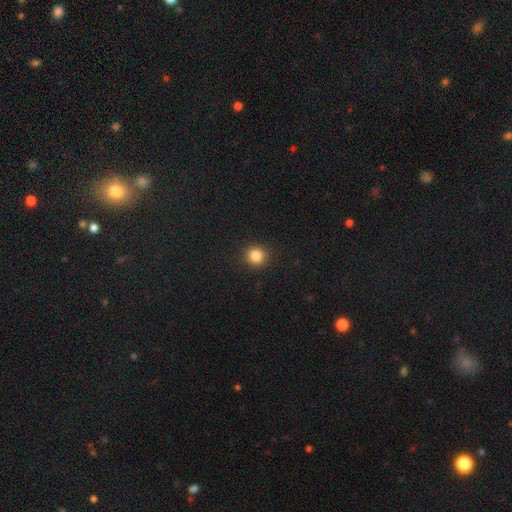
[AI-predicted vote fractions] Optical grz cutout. It shows a smooth galaxy with no disk features (85%) that is round (91%). Merging: none (91%).